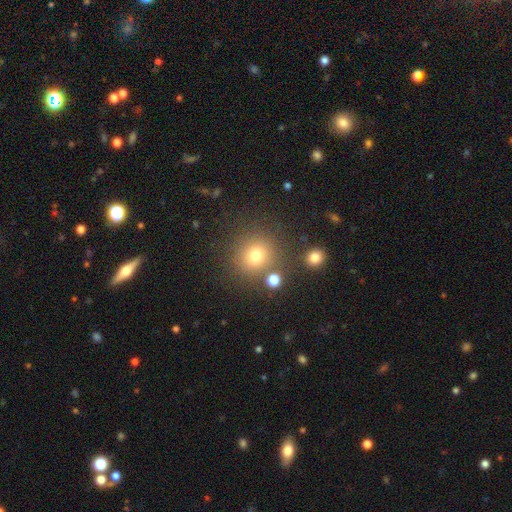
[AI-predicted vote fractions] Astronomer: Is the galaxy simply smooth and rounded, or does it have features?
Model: smooth — 75%.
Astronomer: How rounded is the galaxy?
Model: round — 89%.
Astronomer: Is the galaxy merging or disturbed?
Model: none — 80%.